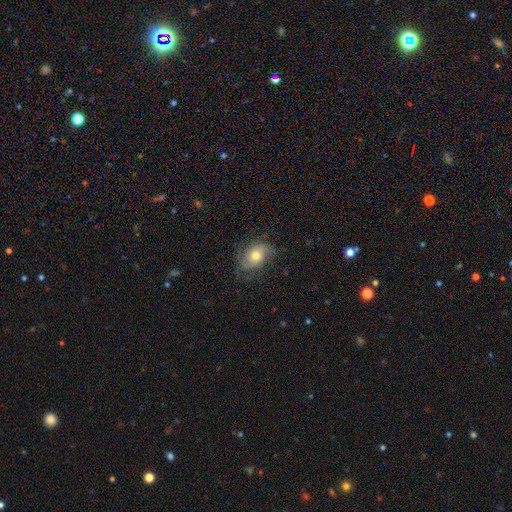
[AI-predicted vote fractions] Smooth or featured: smooth — 46% (featured or disk — 45%)
Merging: none — 58% (minor disturbance — 26%)